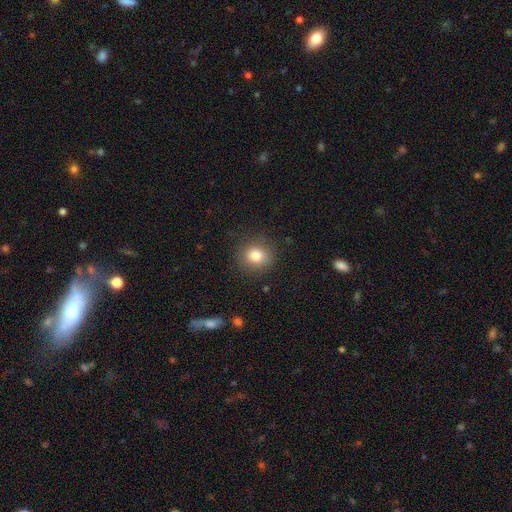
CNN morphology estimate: Overall: smooth (80%). How rounded: round (84%). Merging: none (87%).